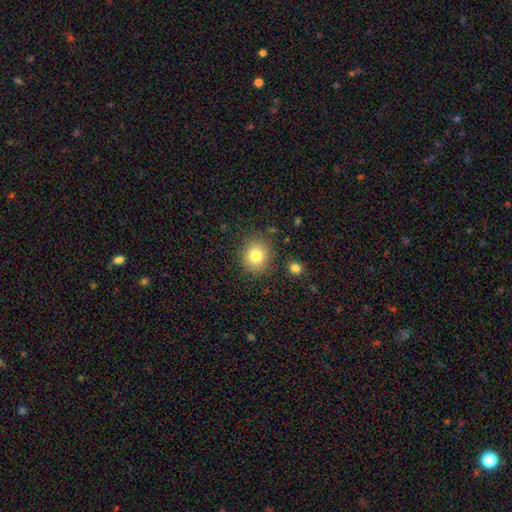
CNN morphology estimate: A smooth galaxy with no disk features (81%) that is round (83%).

Vote fractions:
- Smooth or featured? smooth: 81% / star or artifact: 11% / featured or disk: 8%
- How rounded? round: 83% / in between: 17% / cigar-shaped: 1%
- Merging? none: 85% / minor disturbance: 9% / major disturbance: 3% / merger: 3%